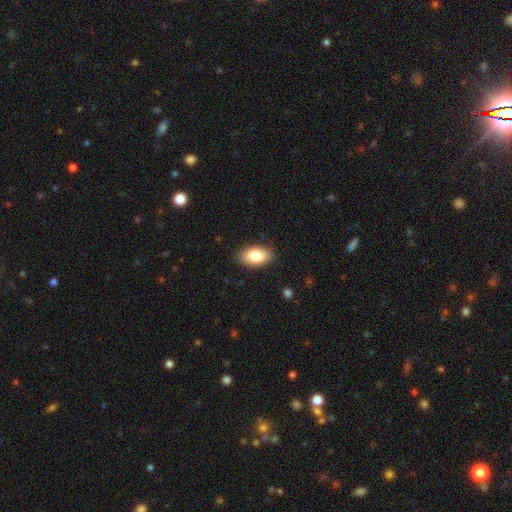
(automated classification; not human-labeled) Overall: smooth (83%). How rounded: in between (92%). Merging: none (87%).